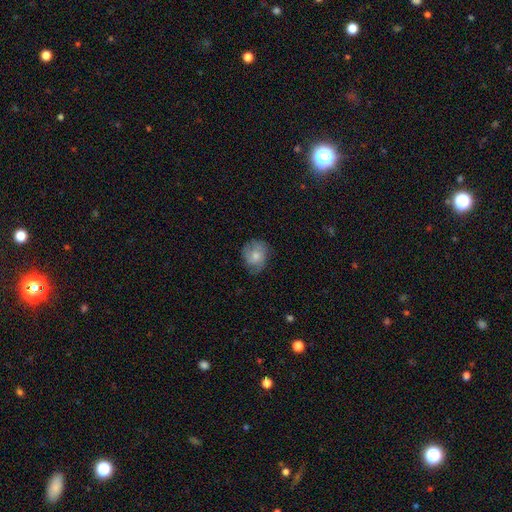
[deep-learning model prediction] Overall: smooth (60%; featured or disk 33%). How rounded: round (65%; in between 34%). Merging: none (58%; minor disturbance 30%).